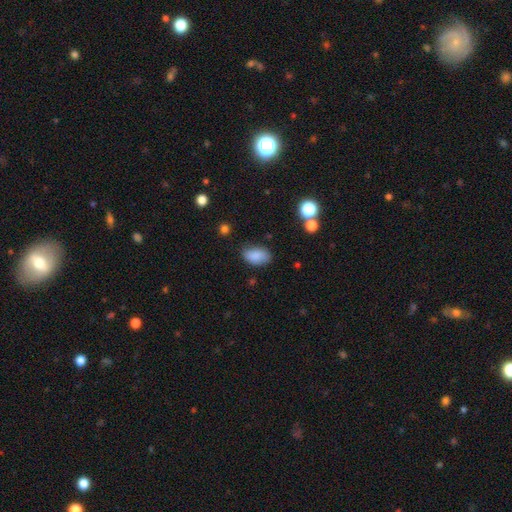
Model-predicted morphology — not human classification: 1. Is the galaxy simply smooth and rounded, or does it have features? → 86% smooth, 8% star or artifact, 6% featured or disk.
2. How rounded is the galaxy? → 91% in between, 7% round, 2% cigar-shaped.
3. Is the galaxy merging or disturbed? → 75% none, 19% minor disturbance, 4% major disturbance, 2% merger.